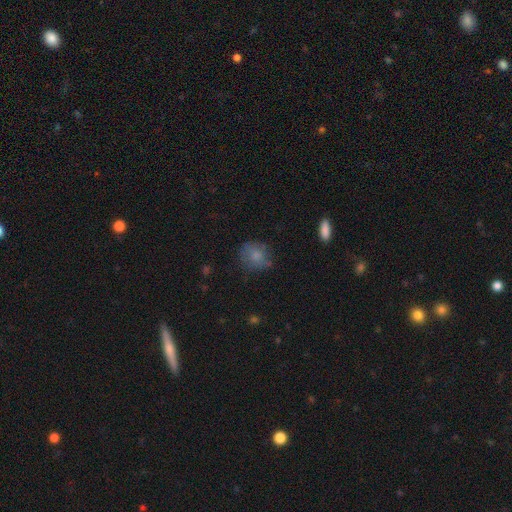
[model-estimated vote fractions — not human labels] A smooth galaxy with no disk features (76%) that is round (75%).

Vote fractions:
- Smooth or featured? smooth: 76% / featured or disk: 15% / star or artifact: 10%
- How rounded? round: 75% / in between: 24% / cigar-shaped: 1%
- Merging? none: 66% / minor disturbance: 23% / major disturbance: 8% / merger: 2%